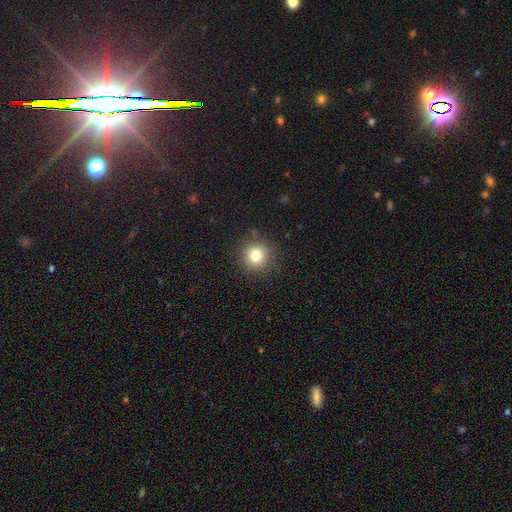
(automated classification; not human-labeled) smooth 79%, star or artifact 13%, featured or disk 8%. Down the decision tree: how rounded — round (93%); merging — none (87%).